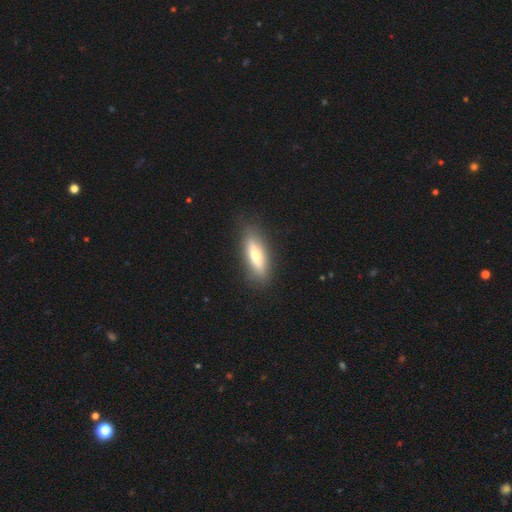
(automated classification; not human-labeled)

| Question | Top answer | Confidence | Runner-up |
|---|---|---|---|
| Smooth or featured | smooth | 52% | featured or disk (41%) |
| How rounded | cigar-shaped | 57% | in between (40%) |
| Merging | none | 86% | minor disturbance (10%) |